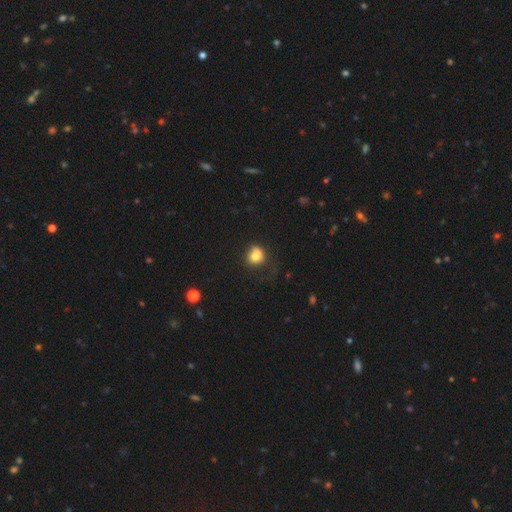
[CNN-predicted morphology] smooth 78%, featured or disk 12%, star or artifact 11%. Down the decision tree: how rounded — round (69%); merging — none (47%).